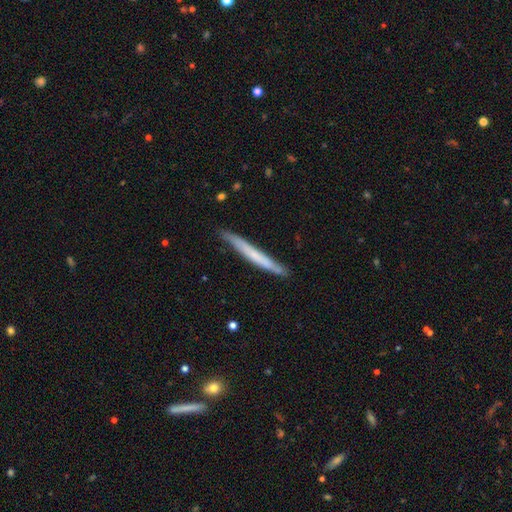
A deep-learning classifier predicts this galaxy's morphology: This is possibly a smooth galaxy (51%). How rounded: clearly cigar-shaped (97%). Merging: clearly none (82%).